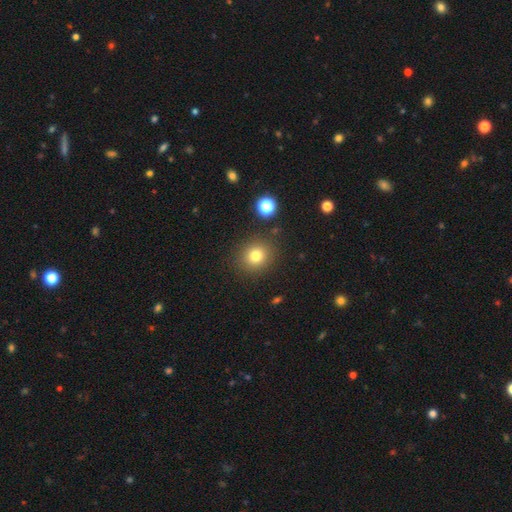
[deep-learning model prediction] This appears to be a smooth galaxy with no disk features (78%) that is round (84%). Merging: none (87%).